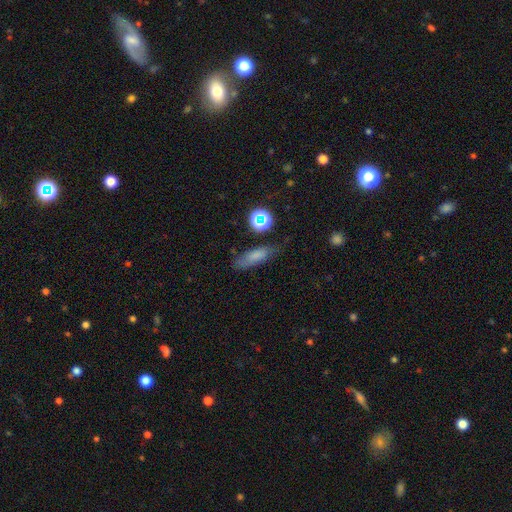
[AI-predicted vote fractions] Q: Smooth or featured?
A: smooth (68%); runner-up: featured or disk (18%)
Q: How rounded?
A: in between (47%); tied with: cigar-shaped (47%)
Q: Merging?
A: none (66%); runner-up: minor disturbance (23%)